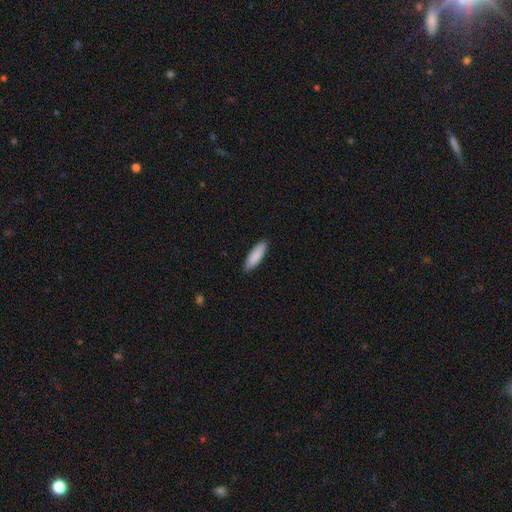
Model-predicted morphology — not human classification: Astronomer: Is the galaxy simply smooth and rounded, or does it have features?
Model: smooth — 89%.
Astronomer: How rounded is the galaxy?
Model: cigar-shaped — 53% (runner-up: in between, 45%).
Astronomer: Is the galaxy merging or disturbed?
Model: none — 89%.